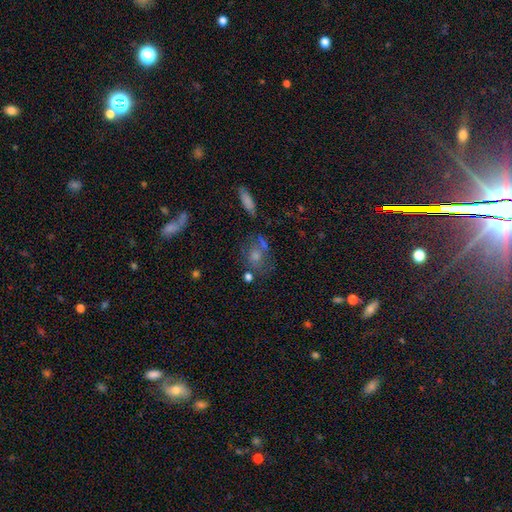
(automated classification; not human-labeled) Smooth or featured: smooth — 40% (featured or disk — 33%)
Merging: none — 54% (minor disturbance — 18%)